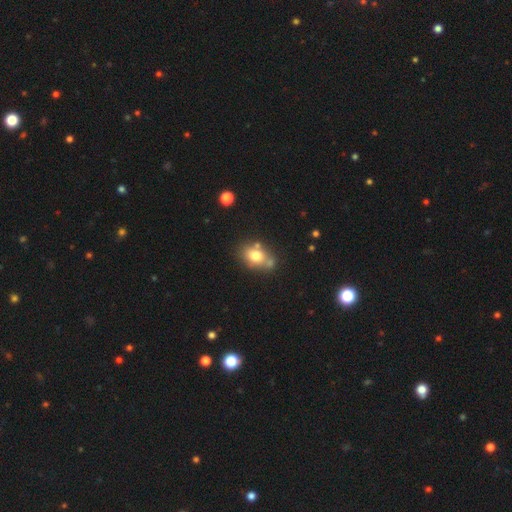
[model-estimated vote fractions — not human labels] Smooth or featured? Predicted: smooth (p=0.73). How rounded? Predicted: in between (p=0.66). Merging? Predicted: none (p=0.58).